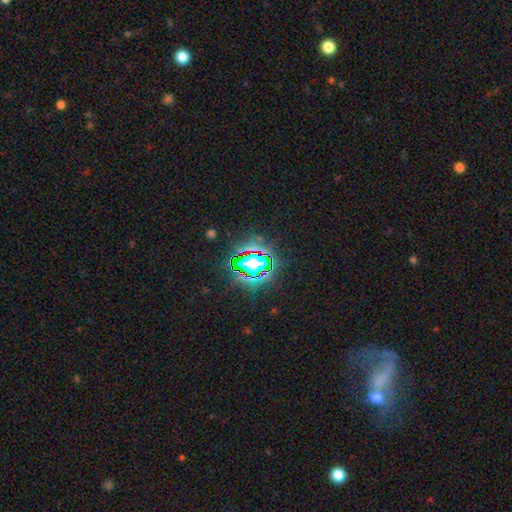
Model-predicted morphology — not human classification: A star or artifact, not a galaxy (68%).